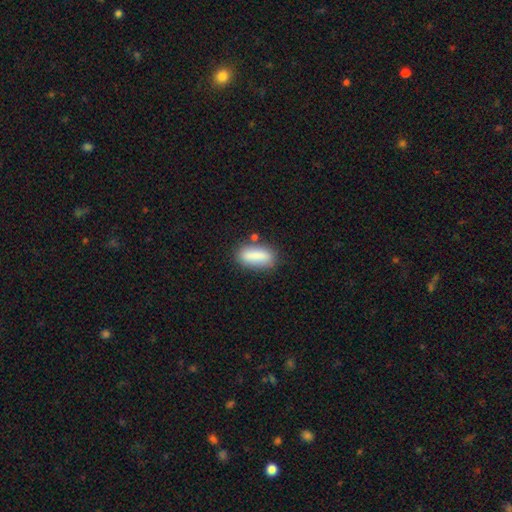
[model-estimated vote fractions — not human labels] Overall: smooth (84%). How rounded: in between (71%). Merging: none (73%).